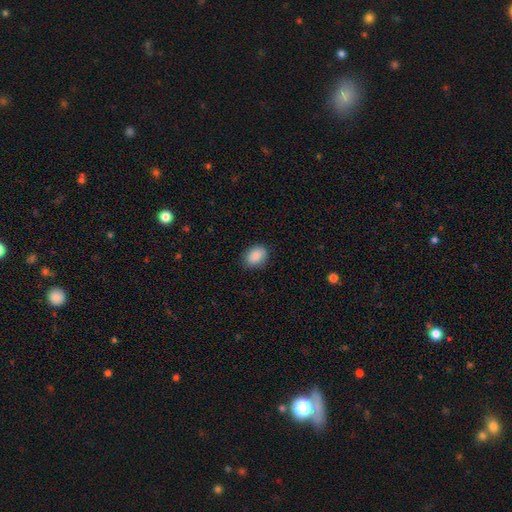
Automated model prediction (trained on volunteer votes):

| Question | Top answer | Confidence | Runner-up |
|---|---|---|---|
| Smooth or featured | smooth | 89% | star or artifact (7%) |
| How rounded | in between | 72% | round (27%) |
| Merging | none | 83% | minor disturbance (13%) |